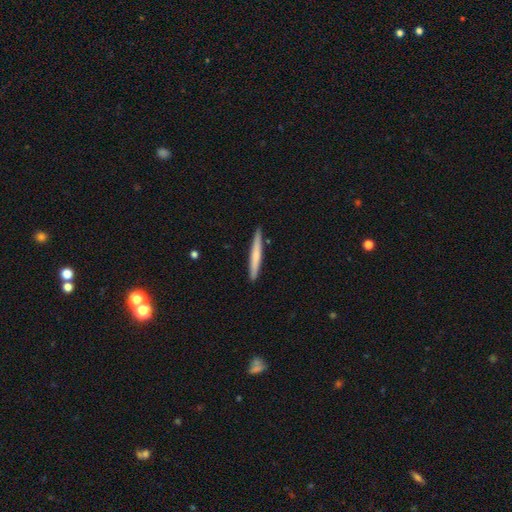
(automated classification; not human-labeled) Smooth or featured?
  - smooth: 62% *
  - featured or disk: 33%
  - star or artifact: 5%
How rounded?
  - cigar-shaped: 96% *
  - in between: 2%
  - round: 1%
Merging?
  - none: 91% *
  - minor disturbance: 7%
  - major disturbance: 1%
  - merger: 1%